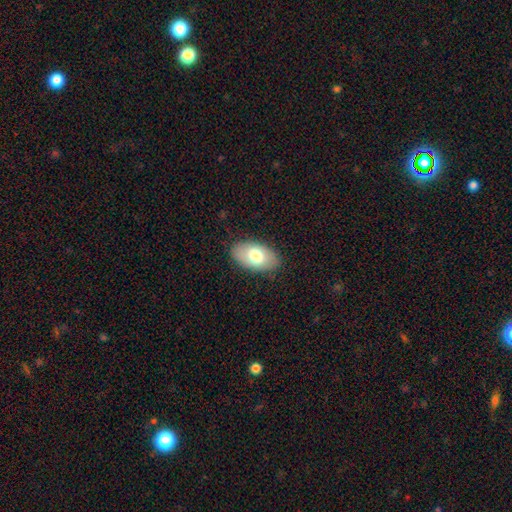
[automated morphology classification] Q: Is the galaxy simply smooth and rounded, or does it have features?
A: smooth — 74%.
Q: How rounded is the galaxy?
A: in between — 94%.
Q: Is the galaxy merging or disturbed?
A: none — 85%.